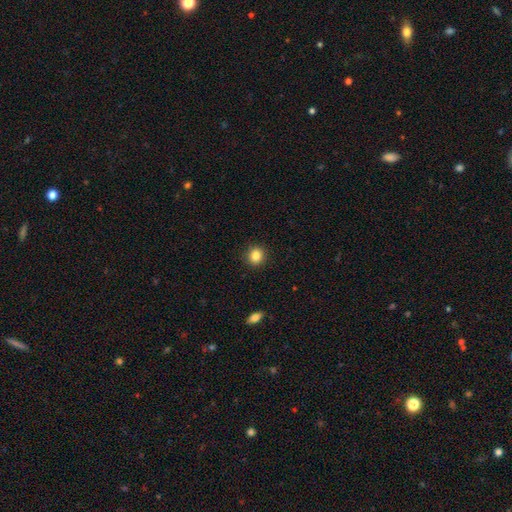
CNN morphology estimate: A smooth galaxy with no disk features (85%) that is round (86%). Merging: none (91%).